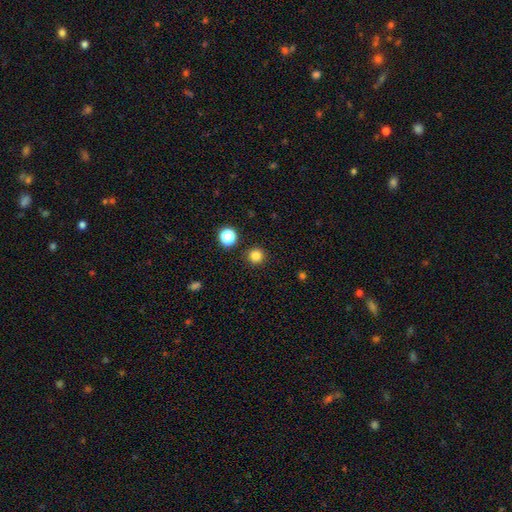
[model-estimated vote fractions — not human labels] This is clearly a smooth galaxy (83%). How rounded: clearly round (95%). Merging: clearly none (92%).